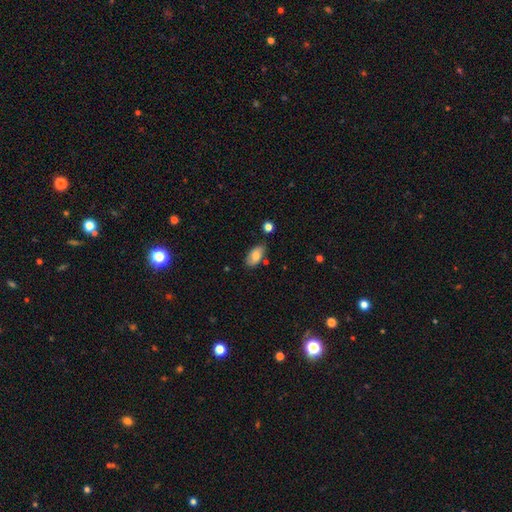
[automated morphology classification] This appears to be a smooth galaxy with no disk features (76%) that is in between round and cigar-shaped (93%). Merging: none (71%).